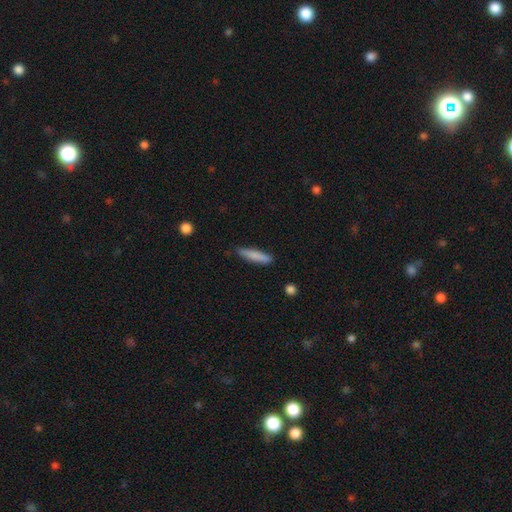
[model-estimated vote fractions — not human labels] This is clearly a smooth galaxy (83%). How rounded: clearly cigar-shaped (83%). Merging: clearly none (85%).